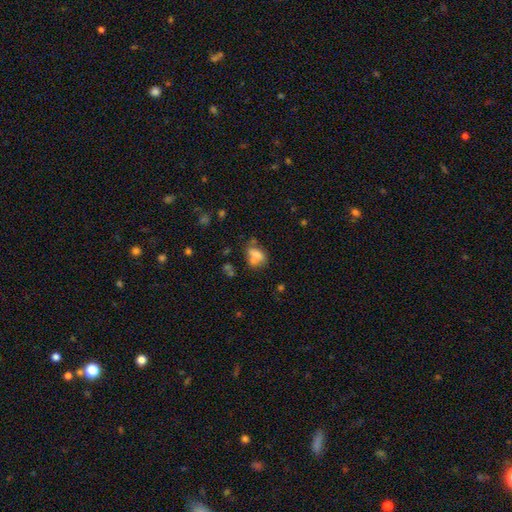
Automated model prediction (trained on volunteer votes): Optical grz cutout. It shows a smooth galaxy with no disk features (65%) that is in between round and cigar-shaped (70%). Merging: merger (37%).